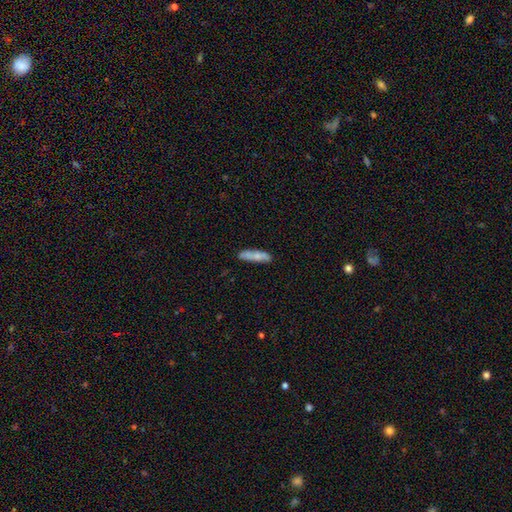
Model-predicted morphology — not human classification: Smooth or featured?
  - smooth: 70% *
  - featured or disk: 24%
  - star or artifact: 6%
How rounded?
  - cigar-shaped: 68% *
  - in between: 30%
  - round: 2%
Merging?
  - none: 77% *
  - minor disturbance: 16%
  - merger: 4%
  - major disturbance: 3%